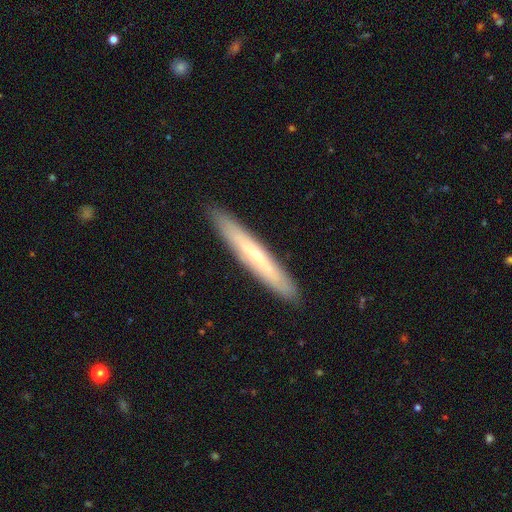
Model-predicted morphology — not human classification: A featured or disk galaxy (49%). Merging: none (91%).